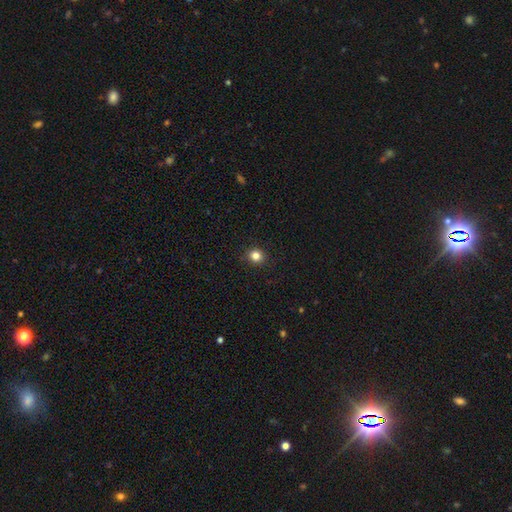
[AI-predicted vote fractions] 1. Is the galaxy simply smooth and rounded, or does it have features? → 83% smooth, 12% star or artifact, 5% featured or disk.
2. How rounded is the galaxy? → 88% round, 11% in between, 1% cigar-shaped.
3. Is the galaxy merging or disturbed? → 91% none, 6% minor disturbance, 2% major disturbance, 1% merger.